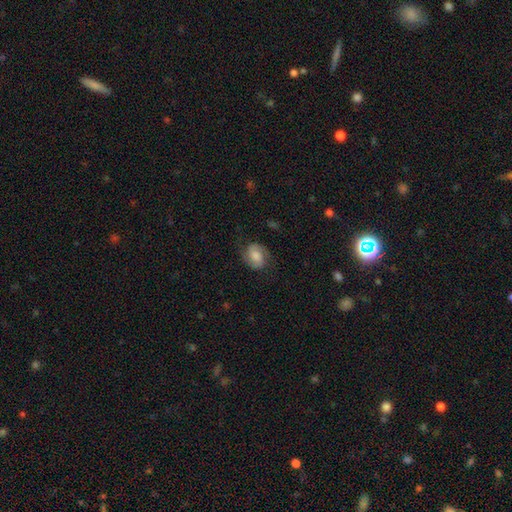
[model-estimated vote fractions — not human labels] A featured or disk galaxy (58%) with no bar (47%), 2 (89%) medium (48%) spiral arms (93%) and a moderate central bulge (42%).

Vote fractions:
- Smooth or featured? featured or disk: 58% / smooth: 34% / star or artifact: 8%
- Edge-on disk? no: 97% / yes: 3%
- Bar? no: 47% / weak: 41% / strong: 13%
- Spiral arms? yes: 93% / no: 7%
- Spiral winding? medium: 48% / tight: 28% / loose: 24%
- Spiral arm count? 2: 89% / can't tell: 5% / 1: 3% / 3: 1% / 4: 1% / more than 4: 1%
- Bulge size? moderate: 42% / small: 22% / large: 20% / none: 12% / dominant: 3%
- Merging? none: 74% / minor disturbance: 17% / major disturbance: 8% / merger: 1%